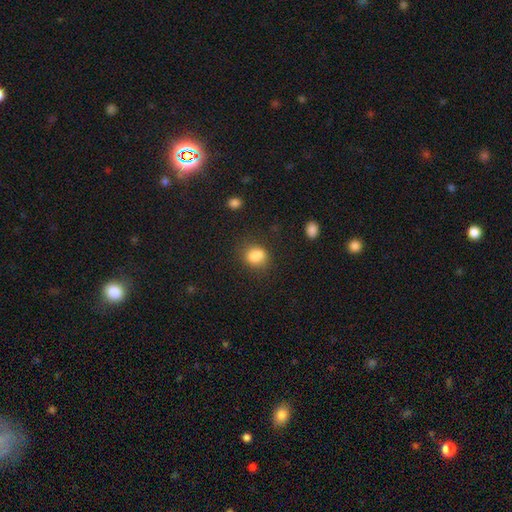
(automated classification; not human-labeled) A smooth galaxy with no disk features (81%) that is round (58%).

Vote fractions:
- Smooth or featured? smooth: 81% / star or artifact: 11% / featured or disk: 8%
- How rounded? round: 58% / in between: 40% / cigar-shaped: 1%
- Merging? none: 60% / minor disturbance: 20% / merger: 13% / major disturbance: 7%